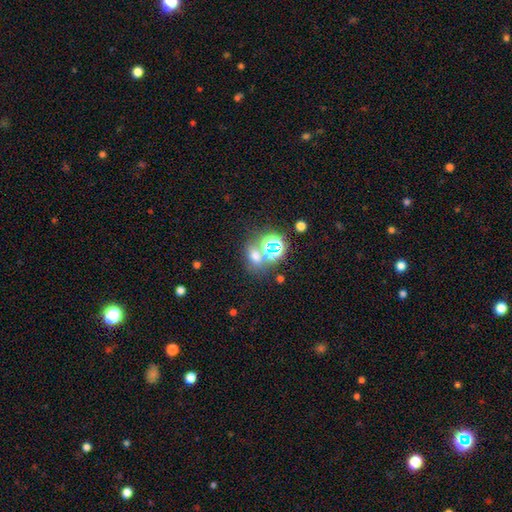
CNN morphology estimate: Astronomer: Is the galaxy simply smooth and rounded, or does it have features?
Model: smooth — 53% (runner-up: star or artifact, 37%).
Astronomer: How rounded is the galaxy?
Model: in between — 51% (runner-up: round, 47%).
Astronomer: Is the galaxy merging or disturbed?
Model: none — 59%.